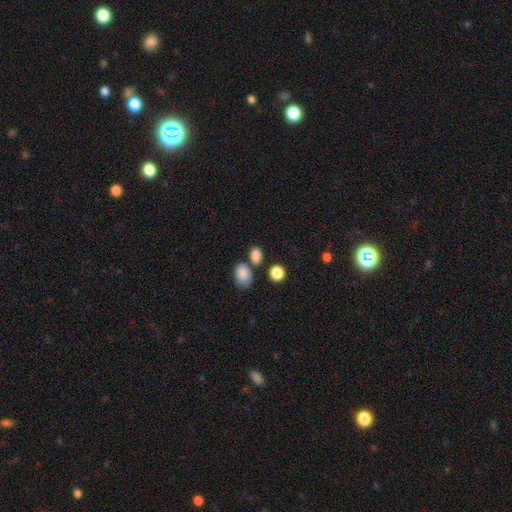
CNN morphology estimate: A smooth galaxy with no disk features (85%) that is in between round and cigar-shaped (71%).

Vote fractions:
- Smooth or featured? smooth: 85% / star or artifact: 10% / featured or disk: 5%
- How rounded? in between: 71% / round: 27% / cigar-shaped: 2%
- Merging? none: 63% / merger: 19% / minor disturbance: 14% / major disturbance: 5%